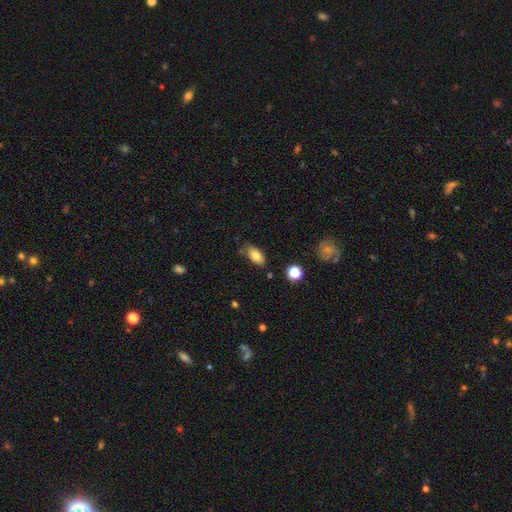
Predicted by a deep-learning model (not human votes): Smooth or featured? smooth (78%)
How rounded? in between (89%)
Merging? none (73%)